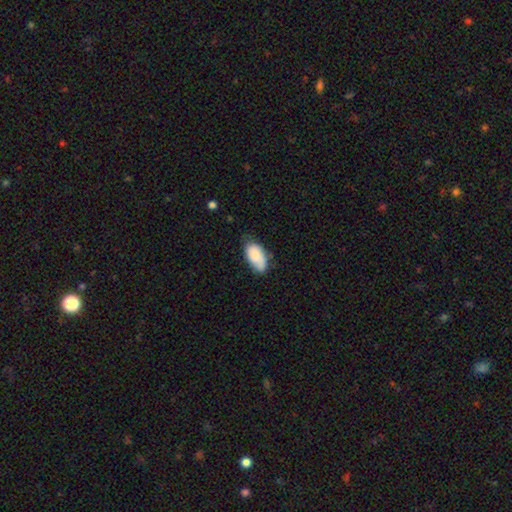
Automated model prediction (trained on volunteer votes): Morphology: type=smooth (82%); roundness=in between (94%); merging=none (60%).